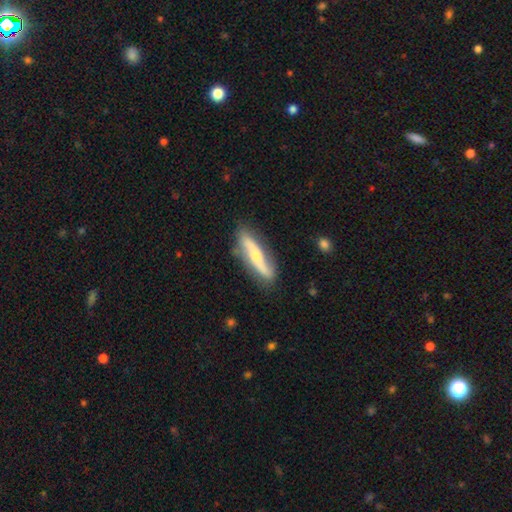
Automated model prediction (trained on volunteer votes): Smooth or featured? featured or disk (68%)
Edge-on disk? yes (54%)
Merging? none (80%)